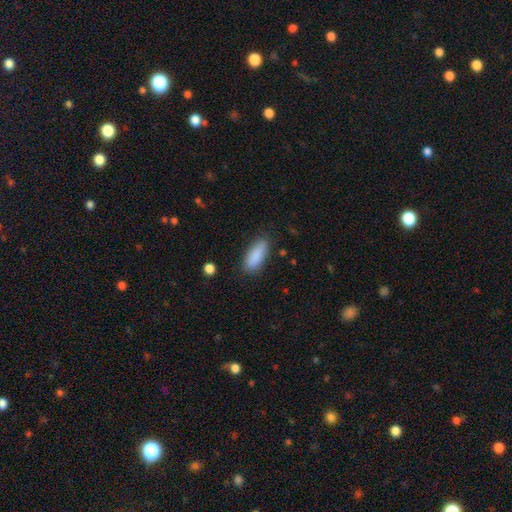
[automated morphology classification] Q: Smooth or featured?
A: smooth (88%); runner-up: star or artifact (6%)
Q: How rounded?
A: in between (74%); runner-up: cigar-shaped (24%)
Q: Merging?
A: none (83%); runner-up: minor disturbance (12%)